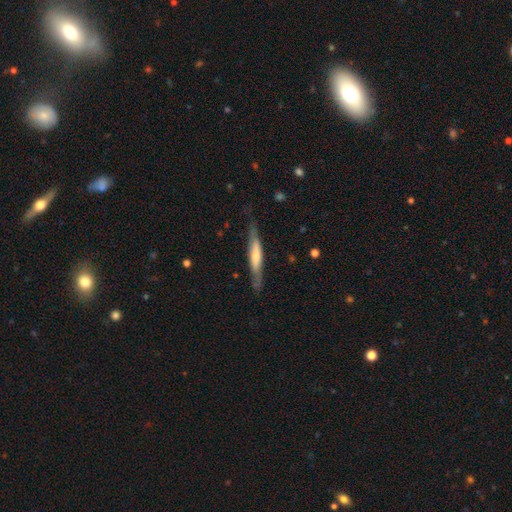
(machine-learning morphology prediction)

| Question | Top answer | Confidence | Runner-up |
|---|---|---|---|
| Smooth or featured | featured or disk | 51% | smooth (44%) |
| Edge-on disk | yes | 85% | no (15%) |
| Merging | none | 76% | minor disturbance (18%) |